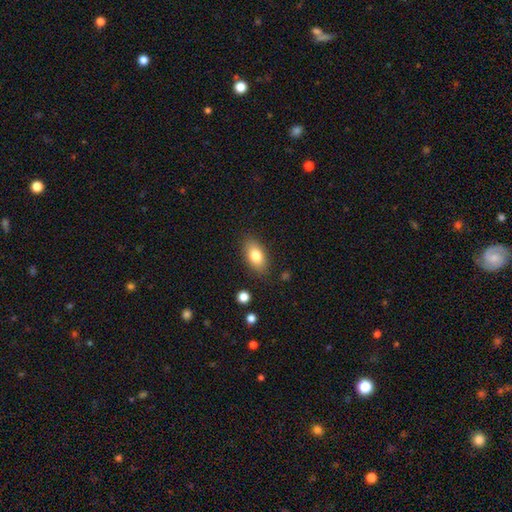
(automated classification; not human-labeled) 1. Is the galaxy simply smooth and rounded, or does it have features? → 80% smooth, 13% featured or disk, 8% star or artifact.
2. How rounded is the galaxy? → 89% in between, 7% round, 4% cigar-shaped.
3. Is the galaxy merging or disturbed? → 85% none, 11% minor disturbance, 3% major disturbance, 1% merger.